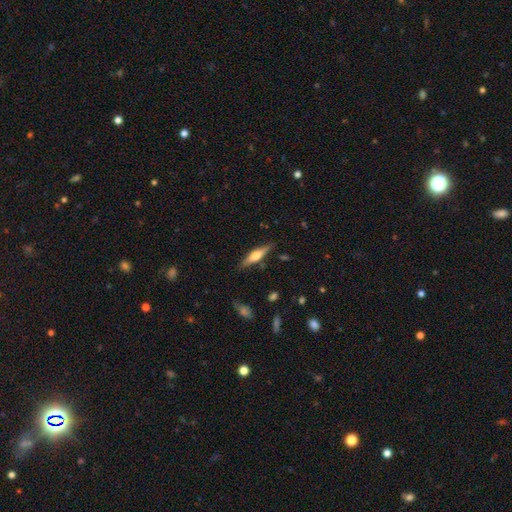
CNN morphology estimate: This is possibly a featured or disk galaxy (50%). Merging: clearly none (84%).